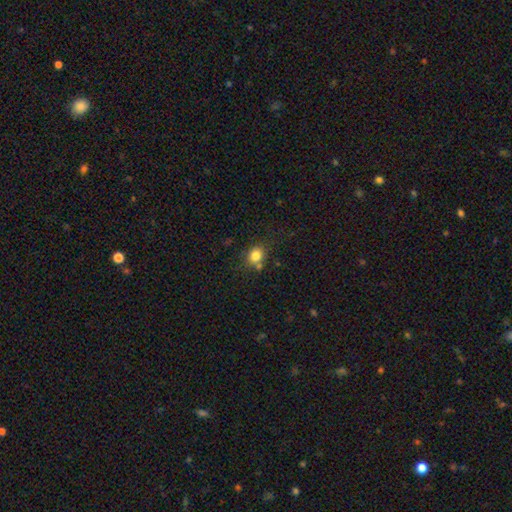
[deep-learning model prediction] smooth 82%, star or artifact 11%, featured or disk 7%. Down the decision tree: how rounded — round (66%); merging — none (66%).